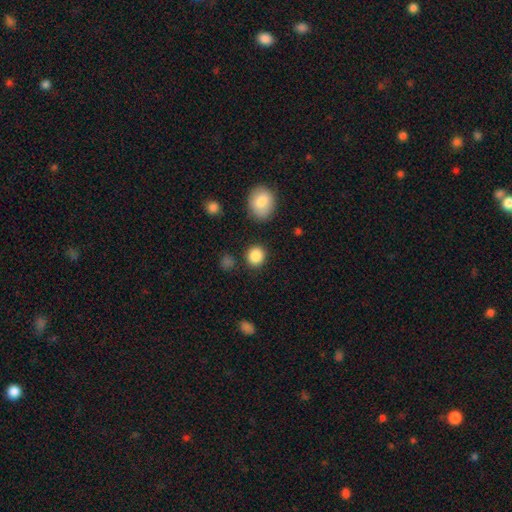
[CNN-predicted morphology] Smooth or featured: smooth — 87% (star or artifact — 9%)
How rounded: round — 84% (in between — 15%)
Merging: none — 87% (minor disturbance — 7%)